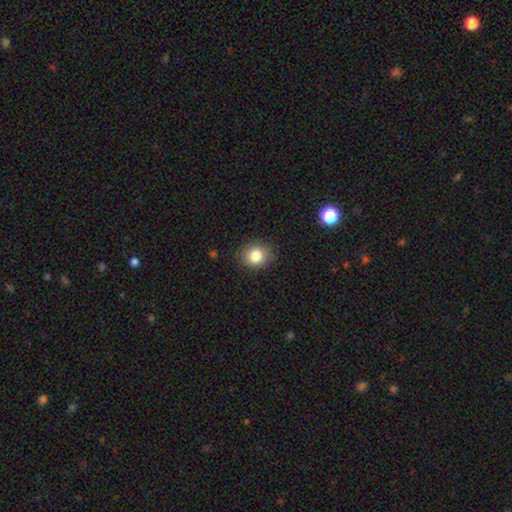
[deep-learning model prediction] Q: Smooth or featured?
A: smooth (82%); runner-up: star or artifact (11%)
Q: How rounded?
A: round (74%); runner-up: in between (25%)
Q: Merging?
A: none (88%); runner-up: minor disturbance (9%)